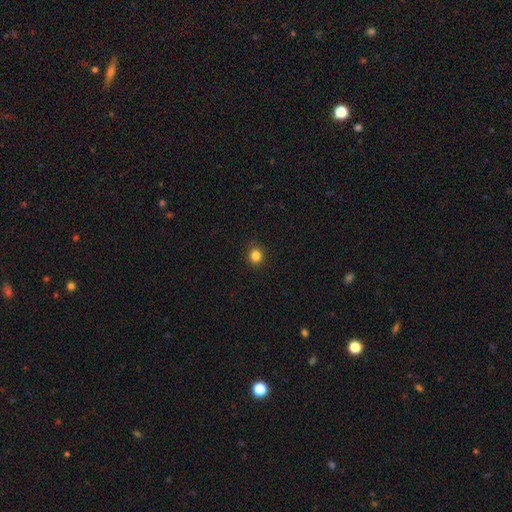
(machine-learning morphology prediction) Smooth or featured? Predicted: smooth (p=0.84). How rounded? Predicted: round (p=0.87). Merging? Predicted: none (p=0.91).